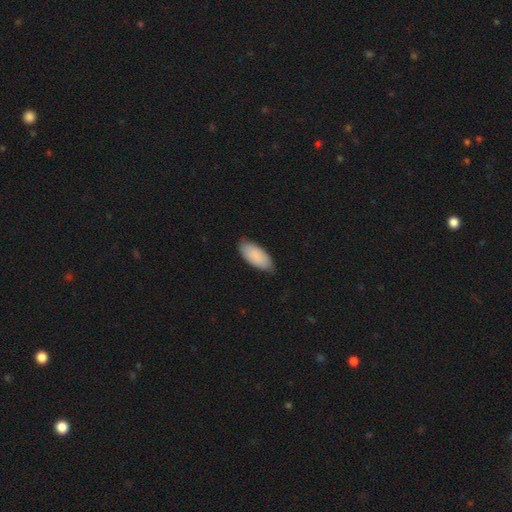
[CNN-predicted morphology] smooth 89%, featured or disk 6%, star or artifact 5%. Down the decision tree: how rounded — in between (90%); merging — none (78%).